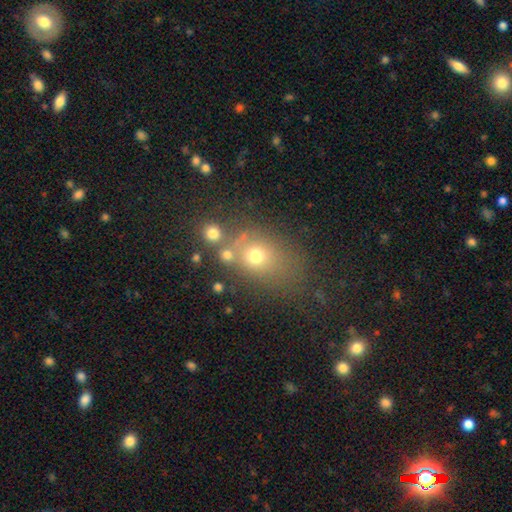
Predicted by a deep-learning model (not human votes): Q: Smooth or featured?
A: smooth (65%); runner-up: star or artifact (19%)
Q: How rounded?
A: in between (51%); runner-up: round (47%)
Q: Merging?
A: none (55%); runner-up: merger (18%)